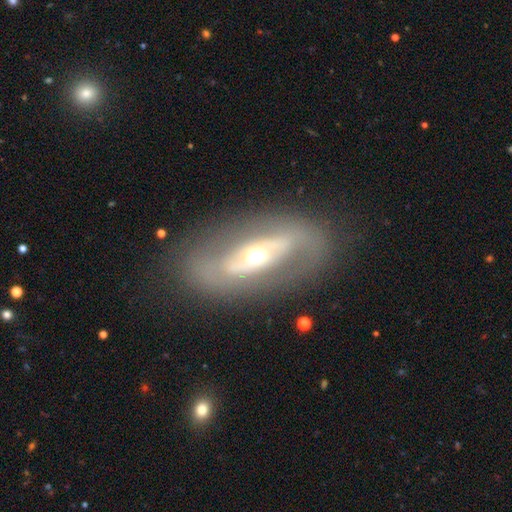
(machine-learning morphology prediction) This appears to be a featured or disk galaxy (70%) with no bar (47%), no spiral arms (68%) and a moderate central bulge (68%). Merging: none (77%).